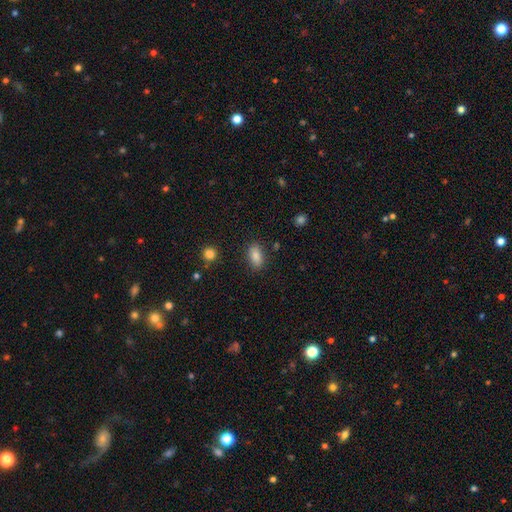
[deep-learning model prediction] A smooth galaxy with no disk features (86%) that is in between round and cigar-shaped (89%). Merging: none (84%).